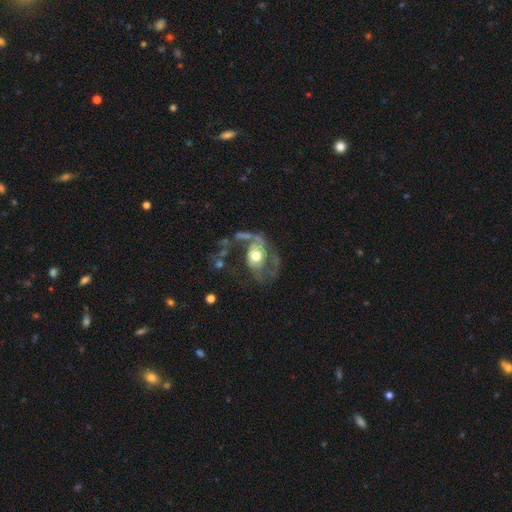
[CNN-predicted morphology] Q: Smooth or featured?
A: featured or disk (68%); runner-up: smooth (25%)
Q: Edge-on disk?
A: no (97%); runner-up: yes (3%)
Q: Bar?
A: no (76%); runner-up: weak (19%)
Q: Spiral arms?
A: yes (70%); runner-up: no (30%)
Q: Bulge size?
A: moderate (67%); runner-up: large (20%)
Q: Merging?
A: major disturbance (50%); runner-up: none (25%)